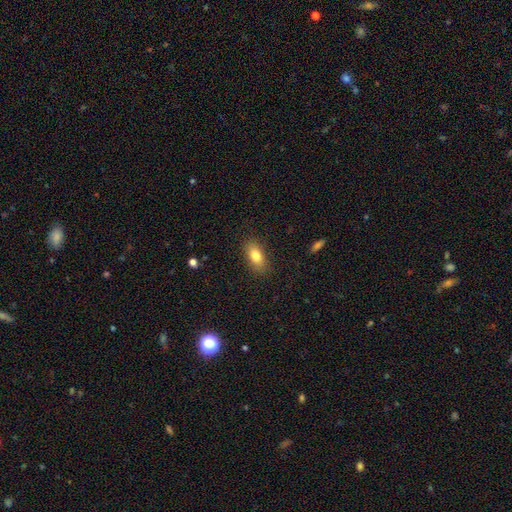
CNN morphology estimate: Q: Smooth or featured?
A: smooth (81%); runner-up: featured or disk (11%)
Q: How rounded?
A: in between (87%); runner-up: cigar-shaped (8%)
Q: Merging?
A: none (86%); runner-up: minor disturbance (10%)